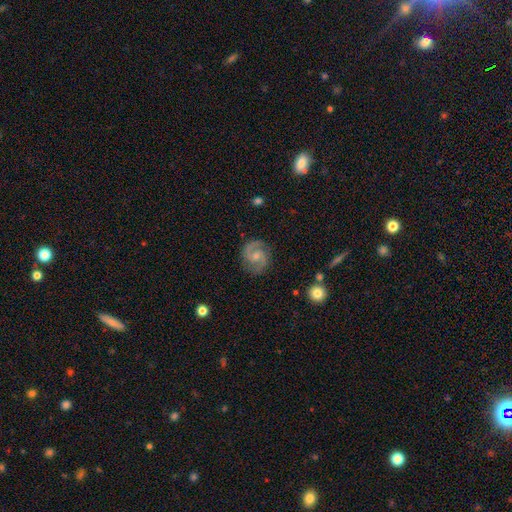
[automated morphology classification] Overall: featured or disk (86%). Edge-on disk: no (98%). Bar: no (49%; weak 43%). Spiral arms: yes (97%). Spiral arm count: 2 (93%). Spiral winding: medium (59%; tight 25%). Bulge size: small (50%; moderate 37%). Merging: none (83%).